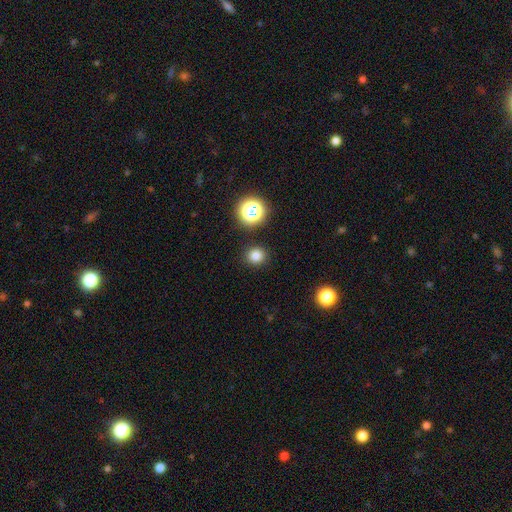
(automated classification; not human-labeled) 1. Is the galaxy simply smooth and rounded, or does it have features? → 78% smooth, 17% star or artifact, 5% featured or disk.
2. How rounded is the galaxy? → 89% round, 10% in between, 1% cigar-shaped.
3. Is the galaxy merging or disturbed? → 89% none, 6% minor disturbance, 2% major disturbance, 2% merger.